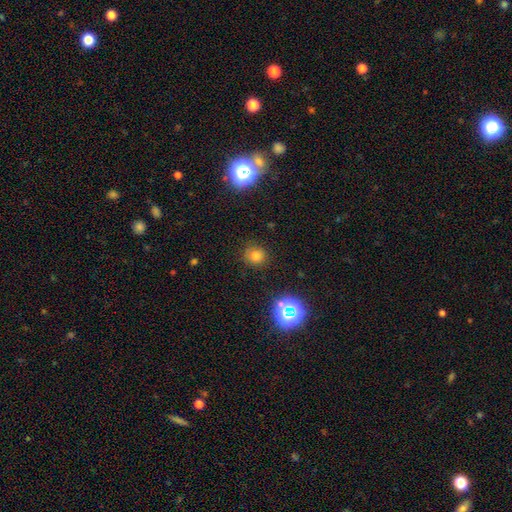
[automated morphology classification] smooth_or_featured: smooth (p=0.73) [alt: star or artifact p=0.20]
how_rounded: round (p=0.89) [alt: in between p=0.10]
merging: none (p=0.86) [alt: minor disturbance p=0.09]